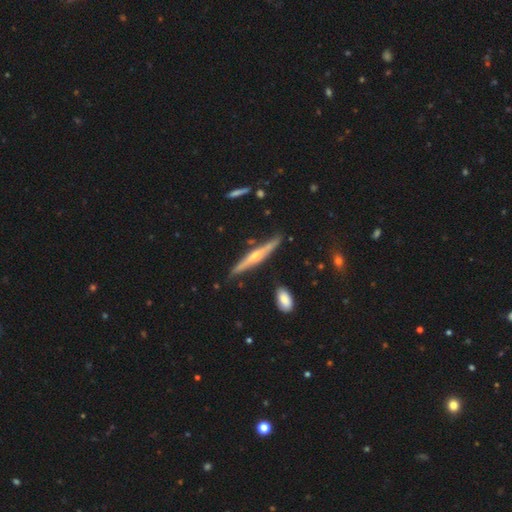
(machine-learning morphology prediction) A featured or disk galaxy (72%) viewed edge-on (97%) with a rounded central bulge (87%). Merging: none (84%).